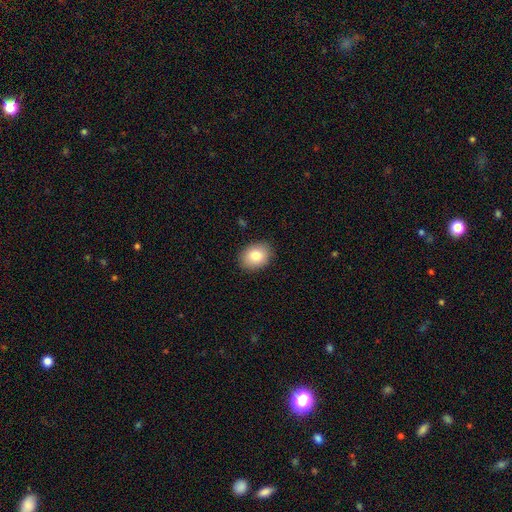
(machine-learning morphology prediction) smooth 83%, featured or disk 9%, star or artifact 8%. Down the decision tree: how rounded — in between (60%); merging — none (89%).